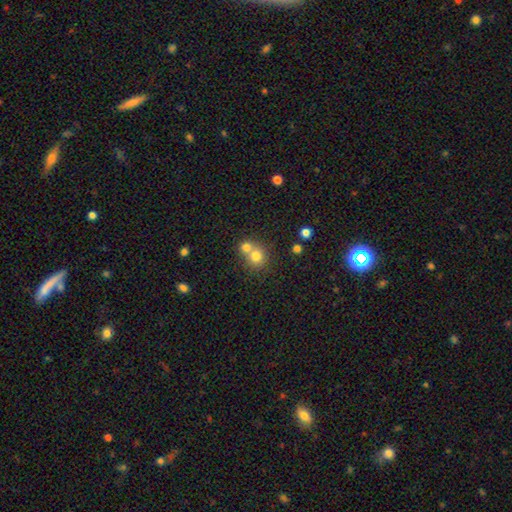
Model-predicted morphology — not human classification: A smooth galaxy with no disk features (75%) that is round (83%).

Vote fractions:
- Smooth or featured? smooth: 75% / featured or disk: 12% / star or artifact: 12%
- How rounded? round: 83% / in between: 16% / cigar-shaped: 1%
- Merging? merger: 54% / none: 39% / minor disturbance: 6% / major disturbance: 2%